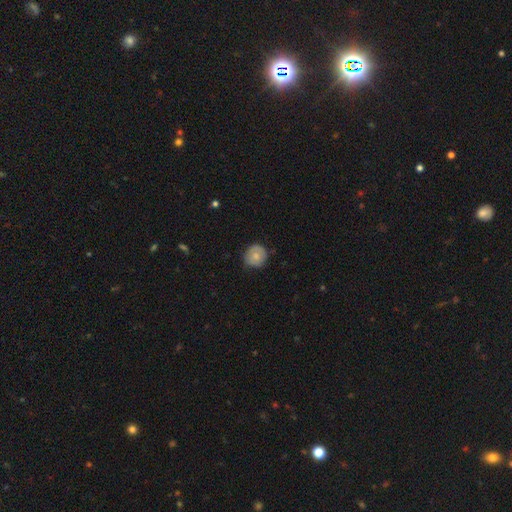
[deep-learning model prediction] The model was most divided on "smooth or featured": smooth: 73%, featured or disk: 20%, star or artifact: 7%. More confident: how rounded — round (89%); merging — none (76%).